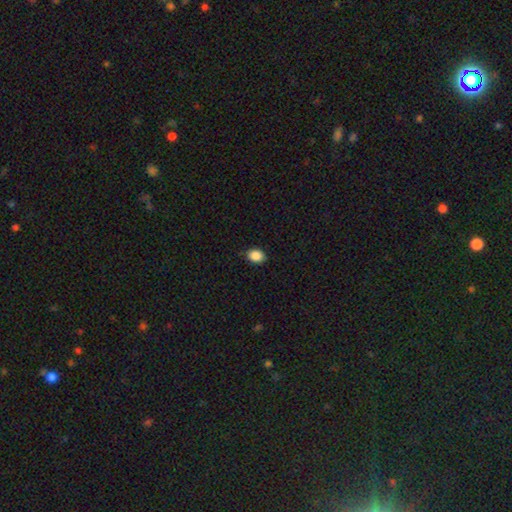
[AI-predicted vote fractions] Morphology: type=smooth (88%); roundness=in between (63%); merging=none (85%).